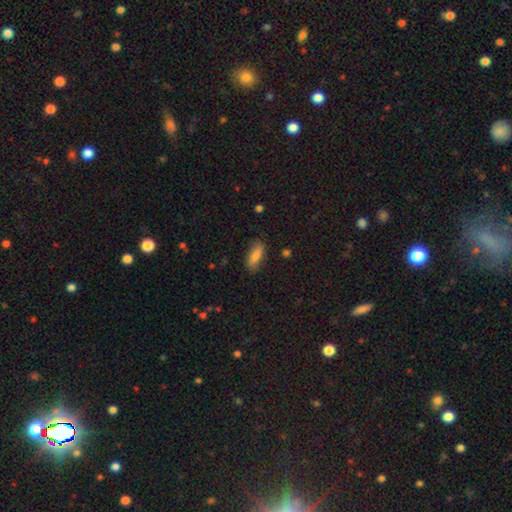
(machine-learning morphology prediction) smooth_or_featured: smooth (p=0.77) [alt: featured or disk p=0.15]
how_rounded: in between (p=0.73) [alt: cigar-shaped p=0.24]
merging: none (p=0.82) [alt: minor disturbance p=0.14]